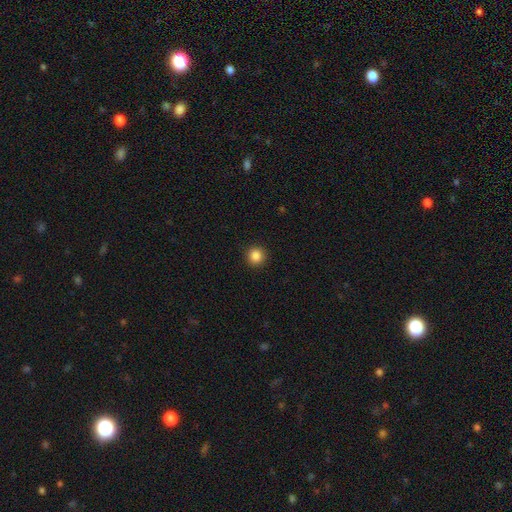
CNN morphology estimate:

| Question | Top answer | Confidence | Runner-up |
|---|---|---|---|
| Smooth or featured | smooth | 86% | star or artifact (11%) |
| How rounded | round | 95% | in between (4%) |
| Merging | none | 93% | minor disturbance (5%) |